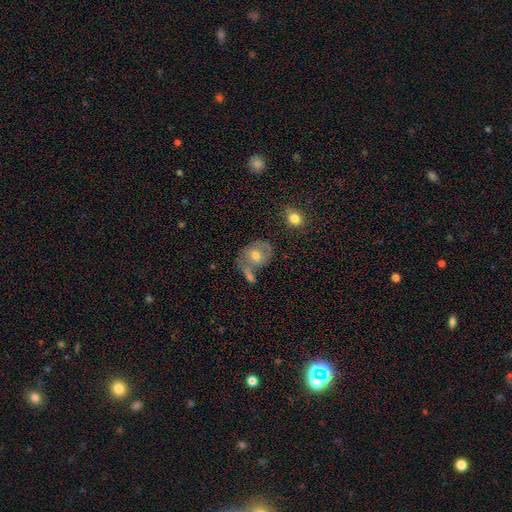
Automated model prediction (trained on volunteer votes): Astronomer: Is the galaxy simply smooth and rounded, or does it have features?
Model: featured or disk — 47% (runner-up: smooth, 43%).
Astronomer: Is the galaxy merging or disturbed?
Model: none — 48% (runner-up: merger, 25%).